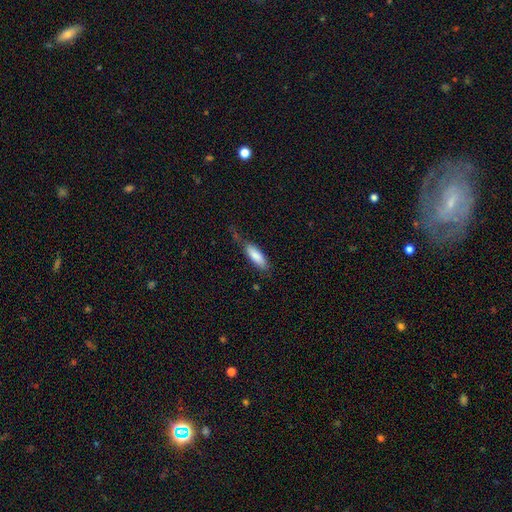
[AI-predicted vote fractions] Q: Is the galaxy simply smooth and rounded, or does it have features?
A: smooth — 82%.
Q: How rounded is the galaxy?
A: in between — 62%.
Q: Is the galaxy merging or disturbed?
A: none — 51%.